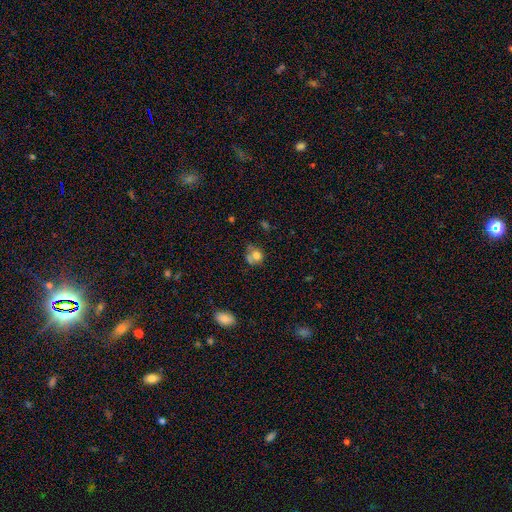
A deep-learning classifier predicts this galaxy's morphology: Smooth or featured?
  - smooth: 71% *
  - featured or disk: 18%
  - star or artifact: 12%
How rounded?
  - round: 64% *
  - in between: 35%
  - cigar-shaped: 1%
Merging?
  - none: 37% *
  - merger: 28%
  - minor disturbance: 21%
  - major disturbance: 14%